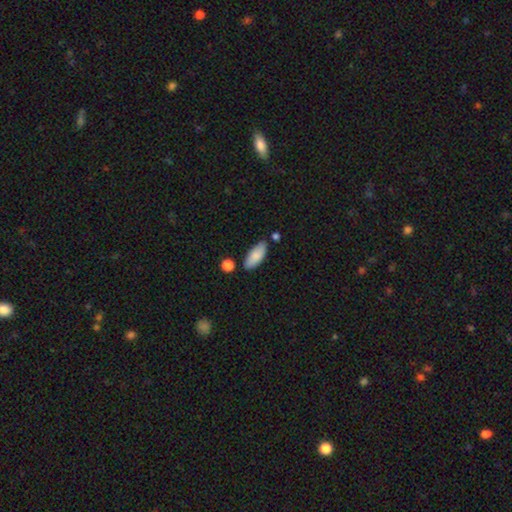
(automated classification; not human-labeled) Overall: smooth (85%). How rounded: in between (83%). Merging: none (76%).